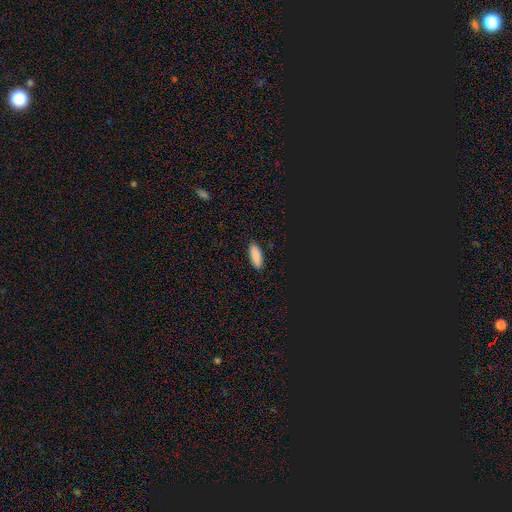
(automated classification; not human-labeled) Overall: smooth (87%). How rounded: in between (70%). Merging: none (90%).